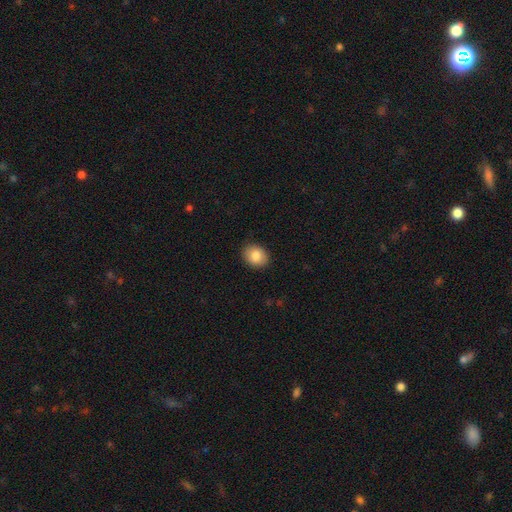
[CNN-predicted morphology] Q: Smooth or featured?
A: smooth (85%); runner-up: star or artifact (8%)
Q: How rounded?
A: round (51%); runner-up: in between (48%)
Q: Merging?
A: none (89%); runner-up: minor disturbance (8%)